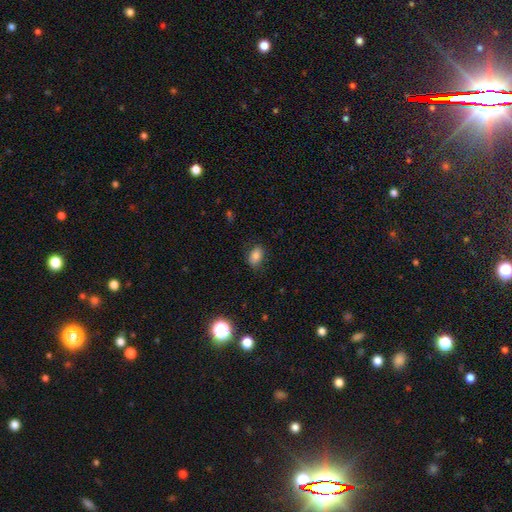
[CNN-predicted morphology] Q: Smooth or featured?
A: smooth (81%); runner-up: star or artifact (11%)
Q: How rounded?
A: in between (82%); runner-up: round (16%)
Q: Merging?
A: none (81%); runner-up: minor disturbance (14%)